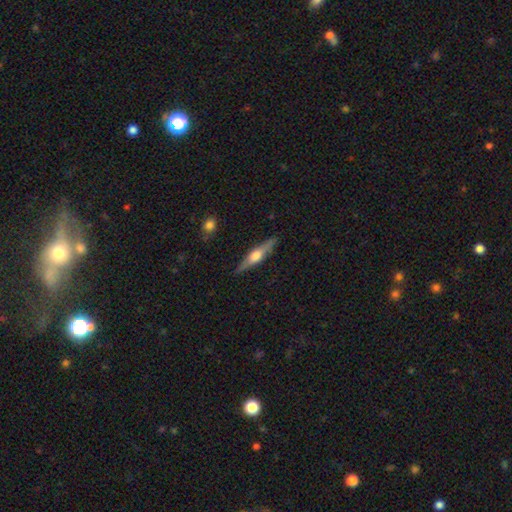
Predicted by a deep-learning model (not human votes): Morphology: type=featured or disk (71%); edge-on=yes (97%); edge-on bulge=rounded (89%); merging=none (89%).